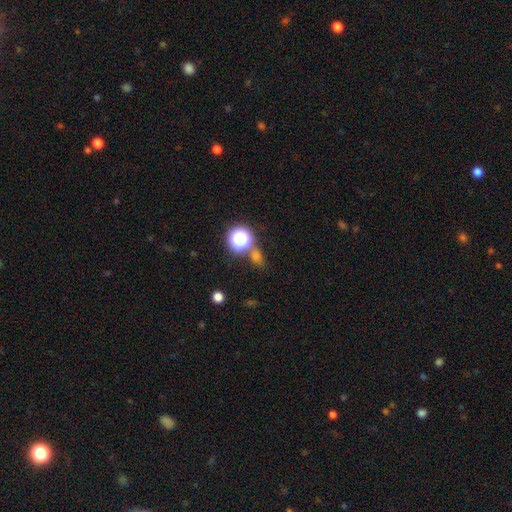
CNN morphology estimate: Smooth or featured: smooth — 52% (star or artifact — 40%)
How rounded: round — 63% (in between — 34%)
Merging: none — 69% (merger — 15%)